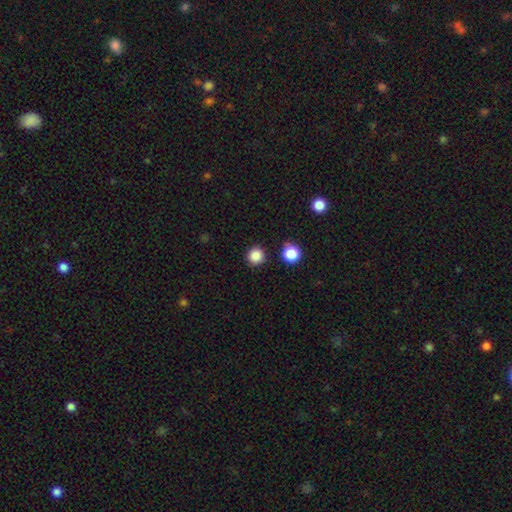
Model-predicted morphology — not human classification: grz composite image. It shows a smooth galaxy with no disk features (86%) that is round (95%). Merging: none (90%).